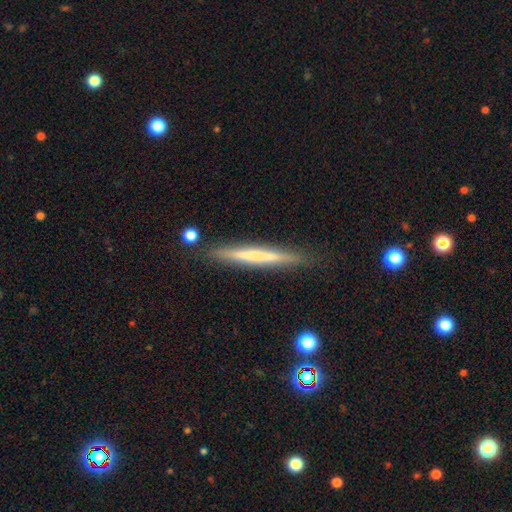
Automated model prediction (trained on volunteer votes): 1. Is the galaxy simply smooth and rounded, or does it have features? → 50% smooth, 44% featured or disk, 6% star or artifact.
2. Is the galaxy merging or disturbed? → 87% none, 9% minor disturbance, 2% merger, 2% major disturbance.